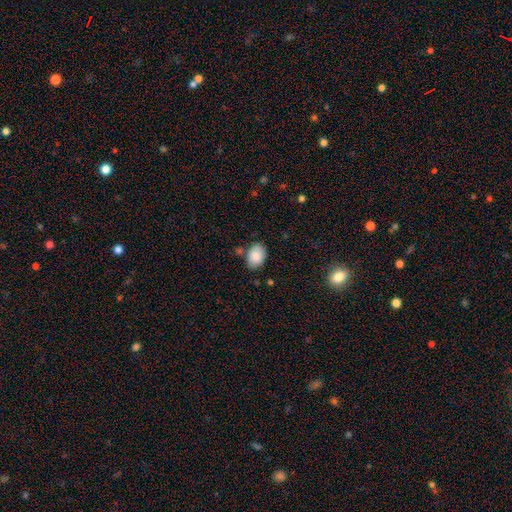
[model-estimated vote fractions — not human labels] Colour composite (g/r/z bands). It shows a smooth galaxy with no disk features (87%) that is in between round and cigar-shaped (80%). Merging: none (77%).